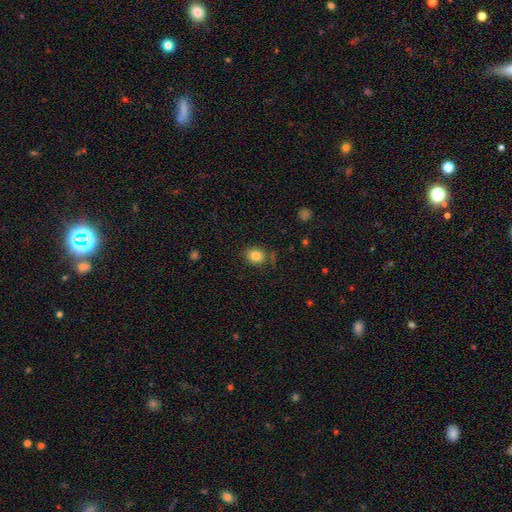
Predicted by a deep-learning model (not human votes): This is clearly a smooth galaxy (83%). How rounded: likely round (62%). Merging: likely none (77%).